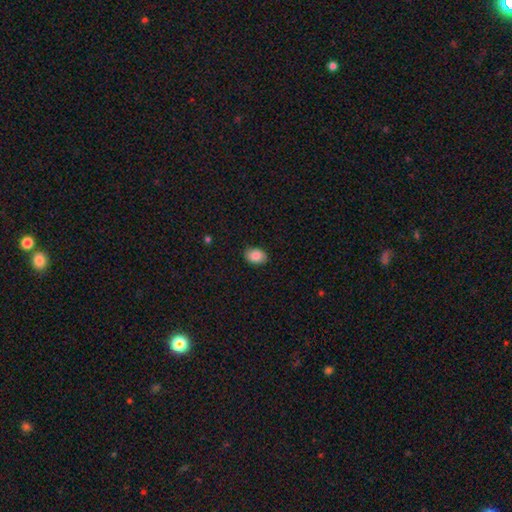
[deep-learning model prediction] Morphology: type=smooth (87%); roundness=in between (79%); merging=none (86%).